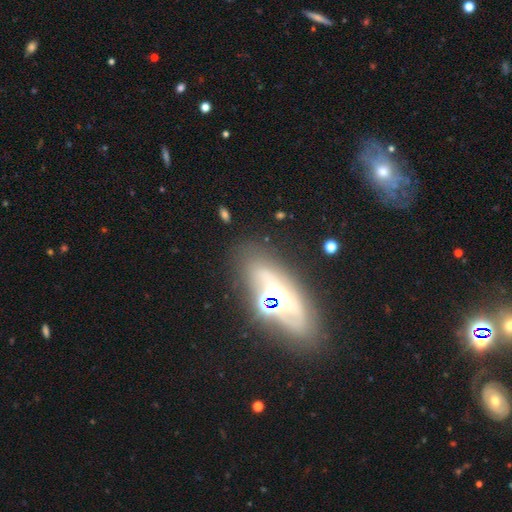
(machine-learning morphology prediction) A featured or disk galaxy (60%) viewed edge-on (57%). Merging: none (74%).